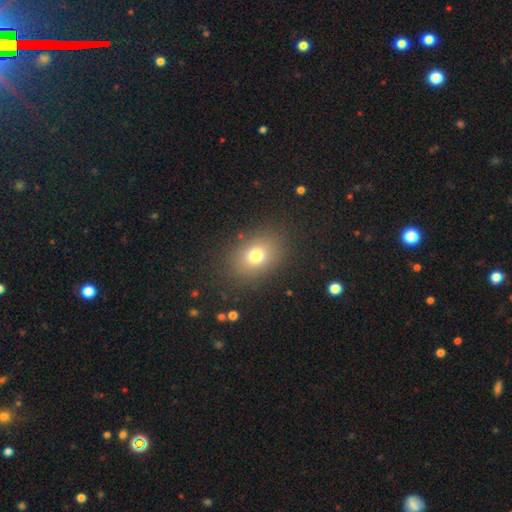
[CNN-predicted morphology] A smooth galaxy with no disk features (75%) that is in between round and cigar-shaped (64%).

Vote fractions:
- Smooth or featured? smooth: 75% / star or artifact: 14% / featured or disk: 11%
- How rounded? in between: 64% / round: 34% / cigar-shaped: 1%
- Merging? none: 85% / minor disturbance: 9% / major disturbance: 4% / merger: 1%